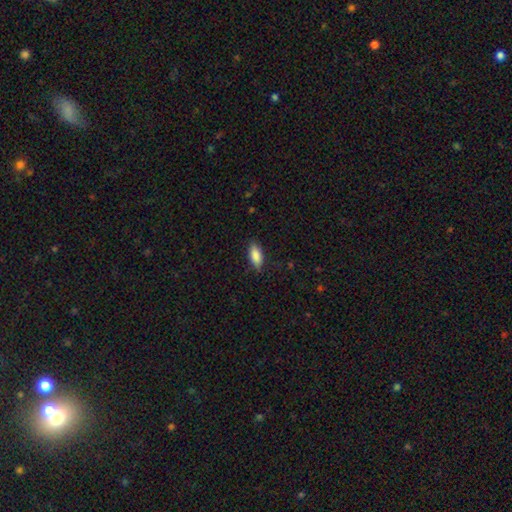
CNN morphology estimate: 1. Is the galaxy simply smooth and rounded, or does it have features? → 86% smooth, 7% featured or disk, 7% star or artifact.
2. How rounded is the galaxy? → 84% in between, 13% cigar-shaped, 2% round.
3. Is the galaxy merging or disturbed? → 82% none, 14% minor disturbance, 3% major disturbance, 1% merger.